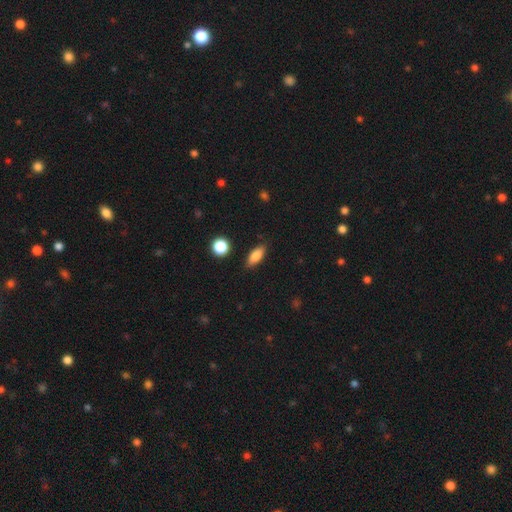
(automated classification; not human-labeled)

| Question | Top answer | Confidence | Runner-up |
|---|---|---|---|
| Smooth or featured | smooth | 83% | featured or disk (9%) |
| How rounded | in between | 75% | cigar-shaped (20%) |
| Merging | none | 84% | minor disturbance (11%) |